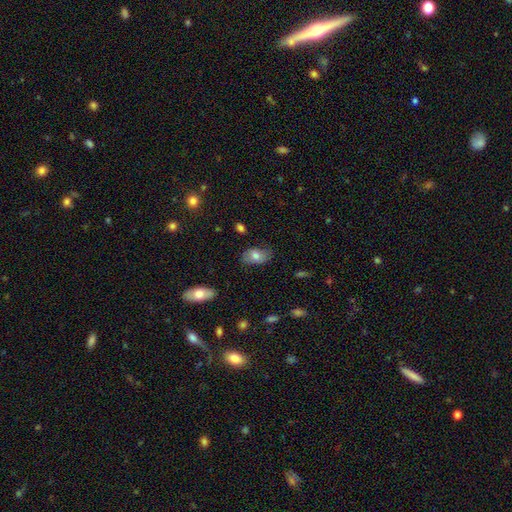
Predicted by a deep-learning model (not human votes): Overall: smooth (73%). How rounded: in between (91%). Merging: none (73%).